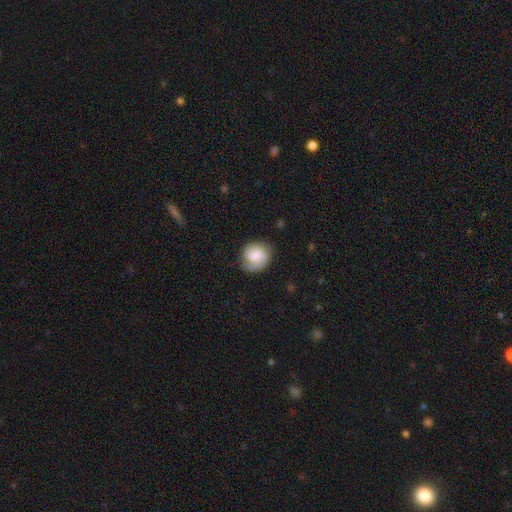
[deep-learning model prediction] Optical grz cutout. It shows a smooth galaxy with no disk features (58%) that is round (76%). Merging: none (65%).